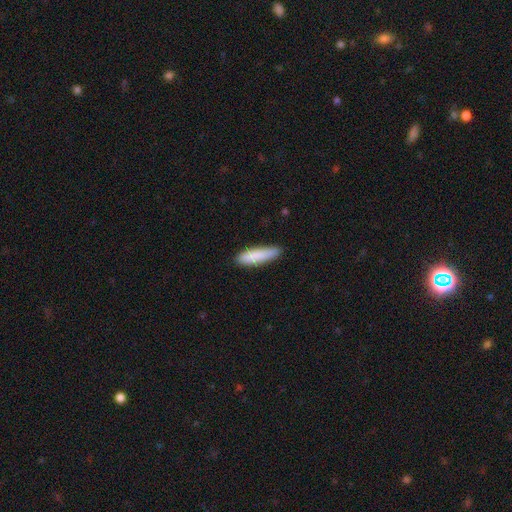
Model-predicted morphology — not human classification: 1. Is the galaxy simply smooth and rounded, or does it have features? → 86% smooth, 9% featured or disk, 6% star or artifact.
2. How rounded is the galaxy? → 71% cigar-shaped, 27% in between, 1% round.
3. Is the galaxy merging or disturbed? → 80% none, 16% minor disturbance, 3% major disturbance, 1% merger.